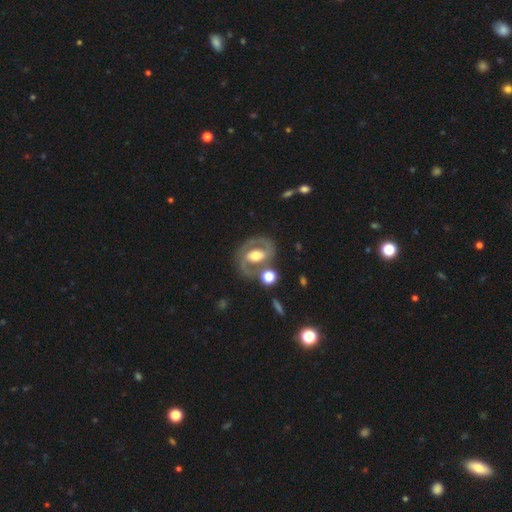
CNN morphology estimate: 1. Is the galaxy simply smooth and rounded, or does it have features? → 83% featured or disk, 12% smooth, 5% star or artifact.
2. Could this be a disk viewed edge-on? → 97% no, 3% yes.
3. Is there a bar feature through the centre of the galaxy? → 37% weak, 35% strong, 28% no.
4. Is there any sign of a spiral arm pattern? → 88% yes, 12% no.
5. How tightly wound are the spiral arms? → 53% medium, 34% tight, 13% loose.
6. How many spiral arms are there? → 88% 2, 4% can't tell, 4% 1, 1% 3, 1% 4, 1% more than 4.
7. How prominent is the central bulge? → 66% moderate, 16% large, 15% small, 2% dominant, 1% none.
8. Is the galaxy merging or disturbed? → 73% none, 14% minor disturbance, 7% merger, 6% major disturbance.